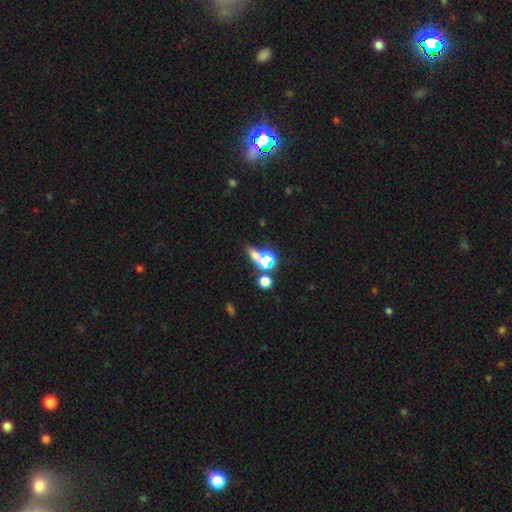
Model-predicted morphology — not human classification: This appears to be a star or artifact, not a galaxy (49%).